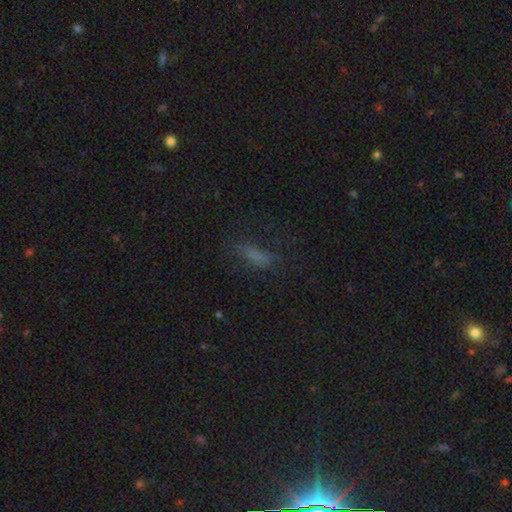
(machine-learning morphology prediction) type=smooth (65%); roundness=in between (54%); merging=none (58%).